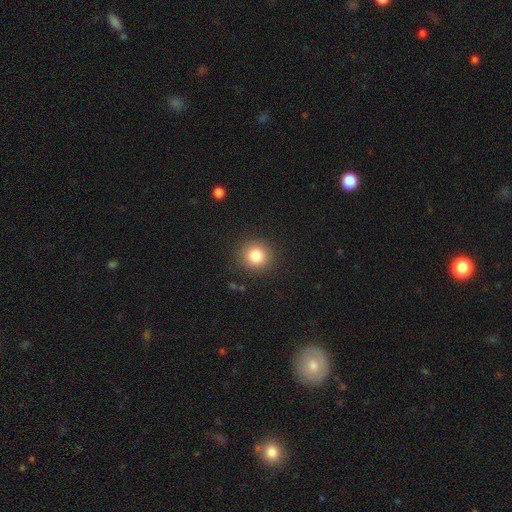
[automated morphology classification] Smooth or featured? smooth (83%)
How rounded? round (92%)
Merging? none (90%)